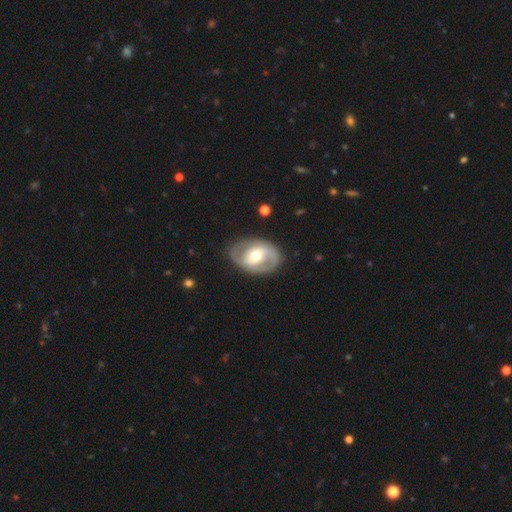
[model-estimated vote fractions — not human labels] Q: Smooth or featured?
A: featured or disk (77%); runner-up: smooth (19%)
Q: Edge-on disk?
A: no (96%); runner-up: yes (4%)
Q: Bar?
A: weak (39%); runner-up: no (34%)
Q: Spiral arms?
A: yes (74%); runner-up: no (26%)
Q: Spiral winding?
A: medium (47%); runner-up: tight (30%)
Q: Spiral arm count?
A: 2 (86%); runner-up: can't tell (8%)
Q: Bulge size?
A: moderate (70%); runner-up: small (17%)
Q: Merging?
A: none (83%); runner-up: minor disturbance (11%)